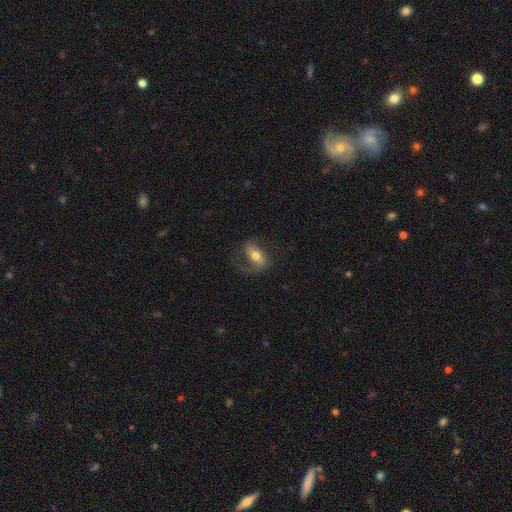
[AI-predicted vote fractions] A featured or disk galaxy (68%) with a weak bar (37%), 2 (65%) loose (46%) spiral arms (88%) and a moderate central bulge (68%). Merging: none (58%).